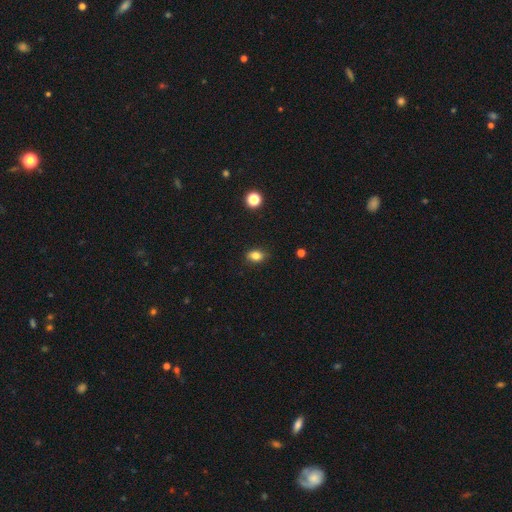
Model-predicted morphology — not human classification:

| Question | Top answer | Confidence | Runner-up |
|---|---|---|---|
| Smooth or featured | smooth | 82% | star or artifact (11%) |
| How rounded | in between | 75% | round (23%) |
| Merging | none | 84% | minor disturbance (13%) |